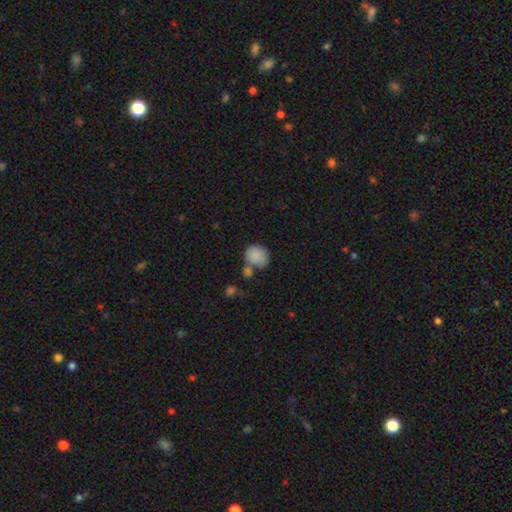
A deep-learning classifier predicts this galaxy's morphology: smooth_or_featured: smooth (p=0.86) [alt: star or artifact p=0.08]
how_rounded: round (p=0.74) [alt: in between p=0.25]
merging: none (p=0.50) [alt: merger p=0.24]